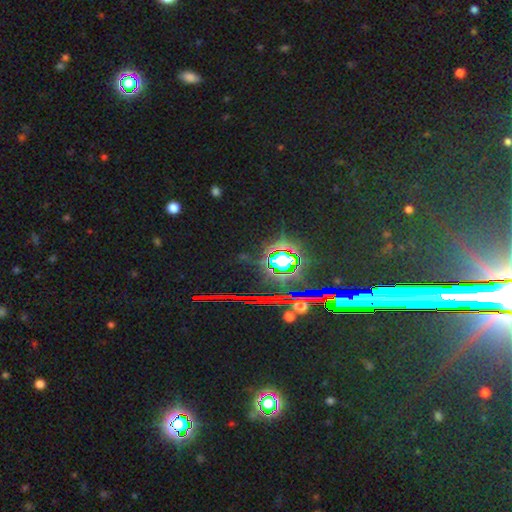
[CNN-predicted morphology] smooth_or_featured: star or artifact (p=0.80) [alt: smooth p=0.10]